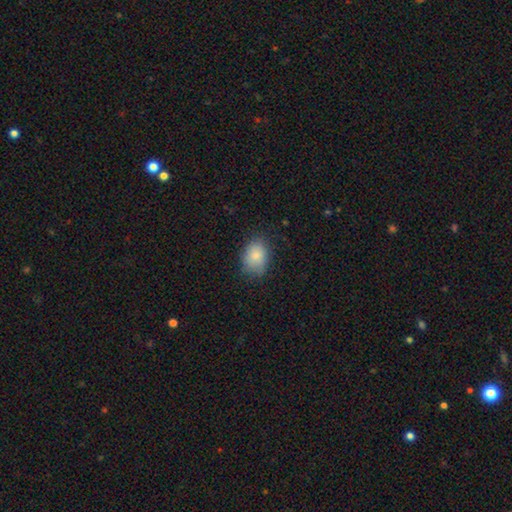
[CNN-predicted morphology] smooth 84%, star or artifact 8%, featured or disk 8%. Down the decision tree: how rounded — in between (68%); merging — none (73%).